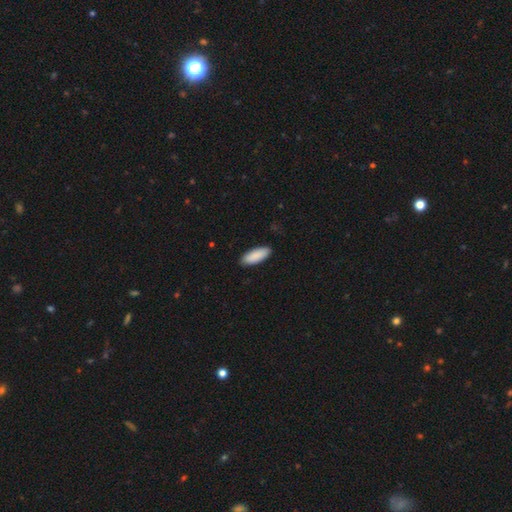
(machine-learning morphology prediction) Smooth or featured? smooth (91%)
How rounded? in between (76%)
Merging? none (89%)